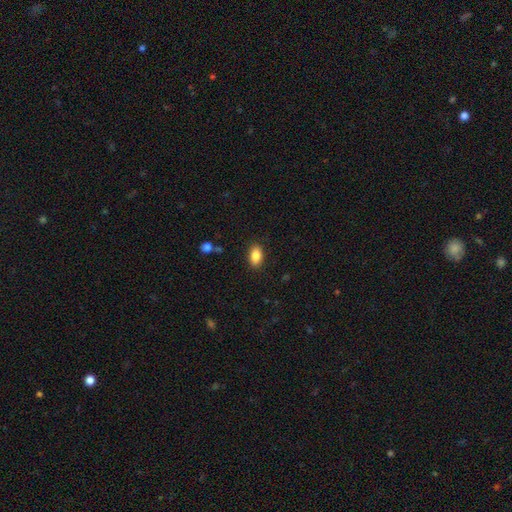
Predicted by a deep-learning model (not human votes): smooth 87%, star or artifact 8%, featured or disk 6%. Down the decision tree: how rounded — in between (91%); merging — none (88%).